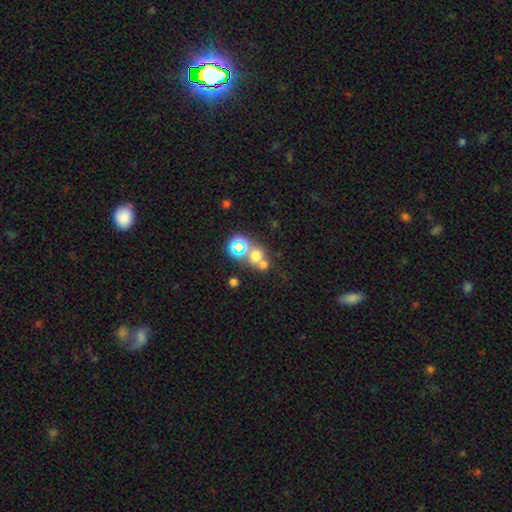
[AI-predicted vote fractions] smooth 55%, star or artifact 32%, featured or disk 13%. Down the decision tree: how rounded — round (78%); merging — none (46%).